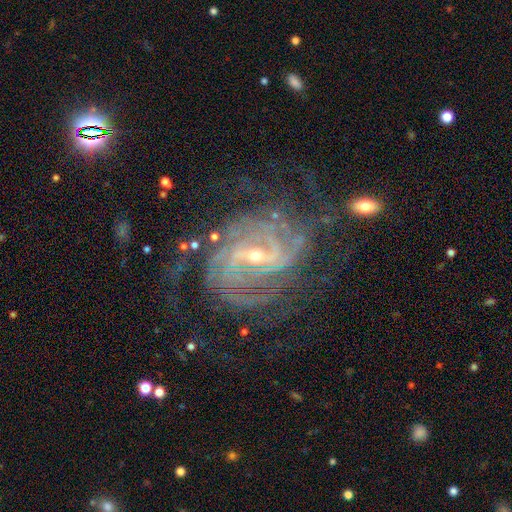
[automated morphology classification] The model was most divided on "spiral arm count": 4: 24%, can't tell: 22%, 2: 18%, 3: 17%, more than 4: 12%, 1: 7%. Remaining: spiral arms — yes (98%); edge-on disk — no (97%); smooth or featured — featured or disk (91%); merging — none (67%); bulge size — small (66%); spiral winding — tight (63%); bar — weak (43%).